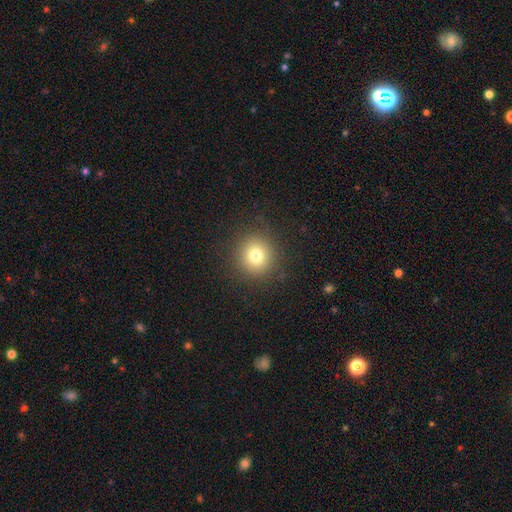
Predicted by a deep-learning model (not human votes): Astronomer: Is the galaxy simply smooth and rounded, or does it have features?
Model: smooth — 77%.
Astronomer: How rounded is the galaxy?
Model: round — 93%.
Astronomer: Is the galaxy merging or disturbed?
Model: none — 89%.